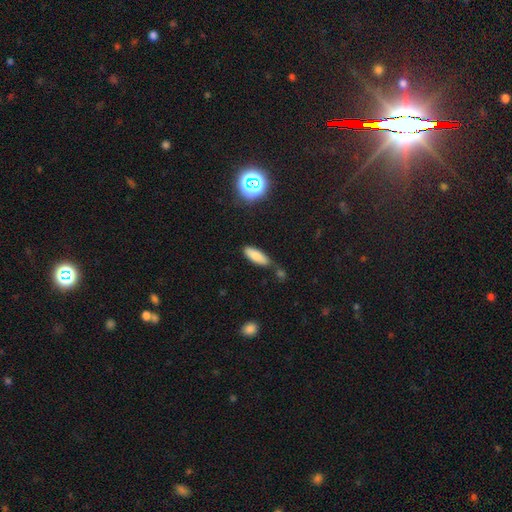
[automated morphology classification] A smooth galaxy with no disk features (77%) that is in between round and cigar-shaped (63%). Merging: none (71%).